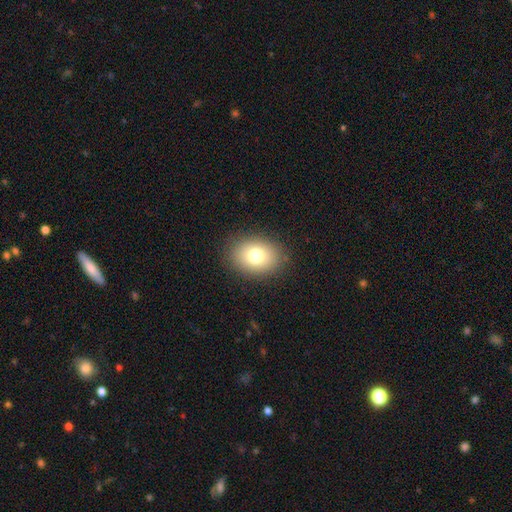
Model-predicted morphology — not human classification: This appears to be a smooth galaxy with no disk features (77%) that is in between round and cigar-shaped (71%). Merging: none (87%).